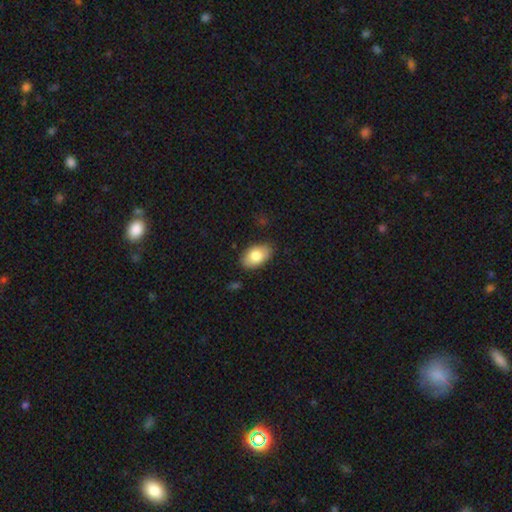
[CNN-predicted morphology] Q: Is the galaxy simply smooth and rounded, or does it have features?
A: smooth — 81%.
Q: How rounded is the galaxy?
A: in between — 92%.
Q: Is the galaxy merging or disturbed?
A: none — 85%.